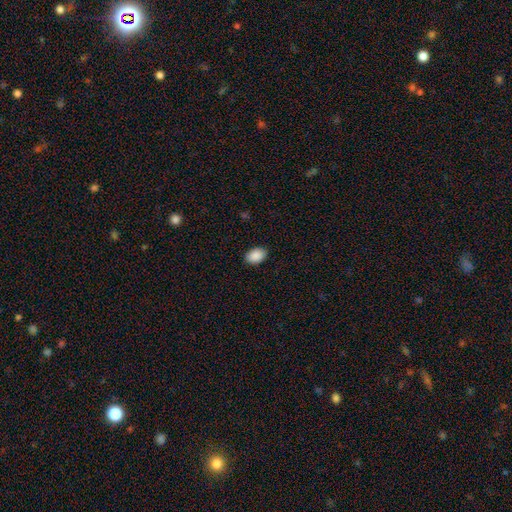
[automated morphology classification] Smooth or featured: smooth — 90% (star or artifact — 7%)
How rounded: in between — 84% (round — 15%)
Merging: none — 89% (minor disturbance — 8%)